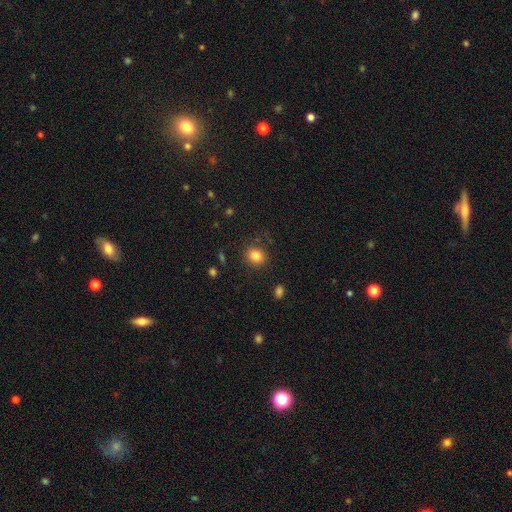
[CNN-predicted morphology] type=smooth (83%); roundness=round (73%); merging=none (86%).